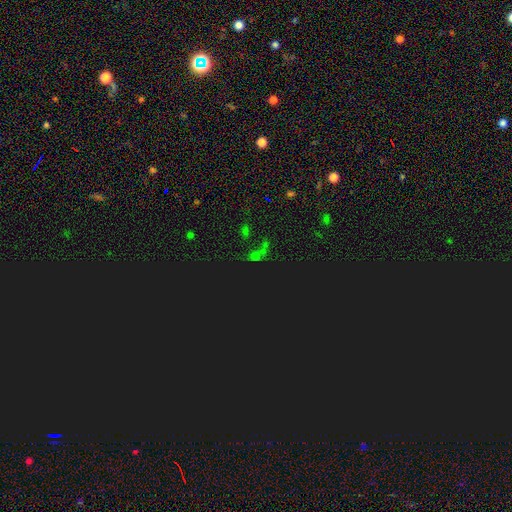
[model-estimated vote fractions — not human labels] A star or artifact, not a galaxy (67%).